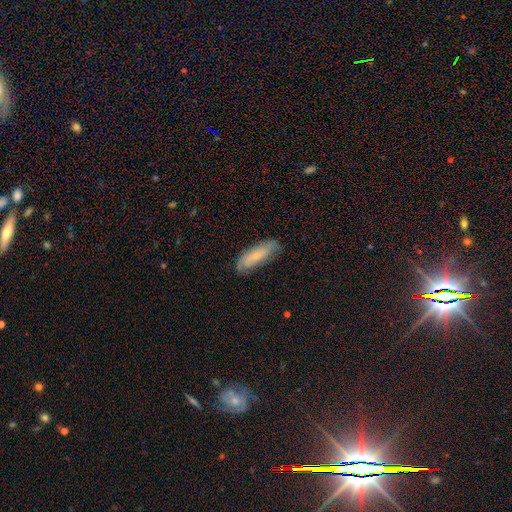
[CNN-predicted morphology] A smooth galaxy with no disk features (68%) that is in between round and cigar-shaped (53%).

Vote fractions:
- Smooth or featured? smooth: 68% / featured or disk: 25% / star or artifact: 7%
- How rounded? in between: 53% / cigar-shaped: 46% / round: 2%
- Merging? none: 75% / minor disturbance: 20% / major disturbance: 4% / merger: 1%